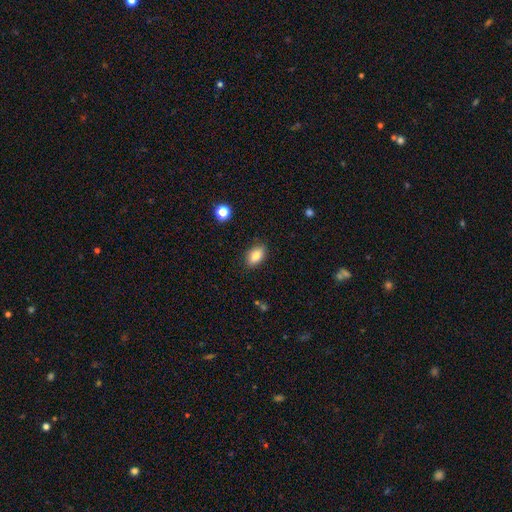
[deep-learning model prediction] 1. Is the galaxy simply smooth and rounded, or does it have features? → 83% smooth, 9% featured or disk, 8% star or artifact.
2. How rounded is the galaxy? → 89% in between, 7% round, 3% cigar-shaped.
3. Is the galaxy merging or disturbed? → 87% none, 10% minor disturbance, 2% major disturbance, 1% merger.